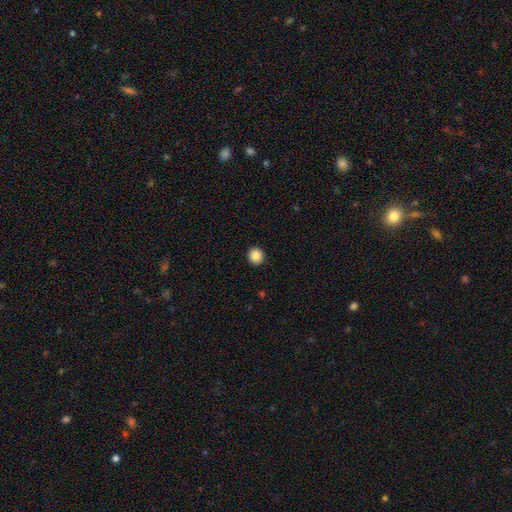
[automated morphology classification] A smooth galaxy with no disk features (87%) that is round (92%).

Vote fractions:
- Smooth or featured? smooth: 87% / star or artifact: 9% / featured or disk: 3%
- How rounded? round: 92% / in between: 7% / cigar-shaped: 1%
- Merging? none: 92% / minor disturbance: 5% / major disturbance: 2% / merger: 1%